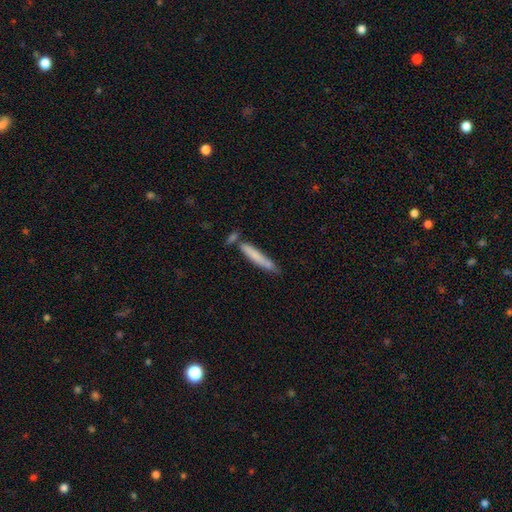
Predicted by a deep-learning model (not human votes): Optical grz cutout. It shows a smooth galaxy with no disk features (71%) that is cigar-shaped (93%). Merging: none (59%).